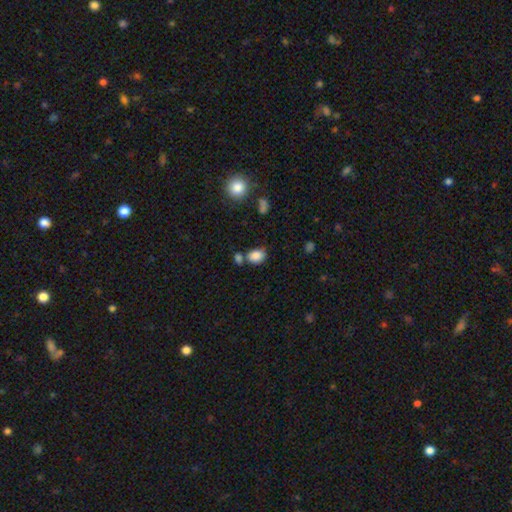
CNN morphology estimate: The model was most divided on "merging": none: 56%, merger: 24%, minor disturbance: 15%, major disturbance: 5%. More confident: smooth or featured — smooth (85%); how rounded — in between (67%).